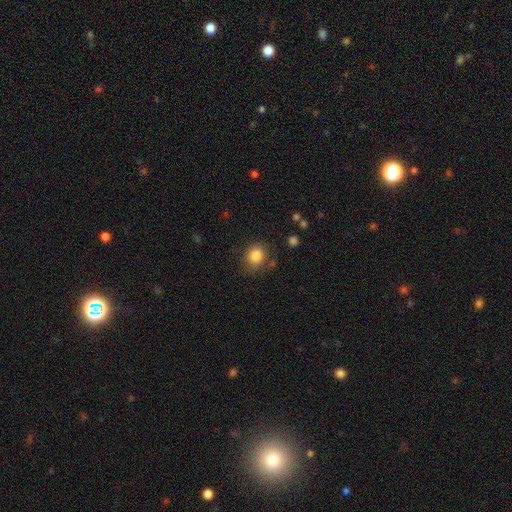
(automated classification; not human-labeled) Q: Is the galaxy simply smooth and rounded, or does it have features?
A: smooth — 84%.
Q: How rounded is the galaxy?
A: round — 75%.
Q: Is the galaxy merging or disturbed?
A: none — 77%.